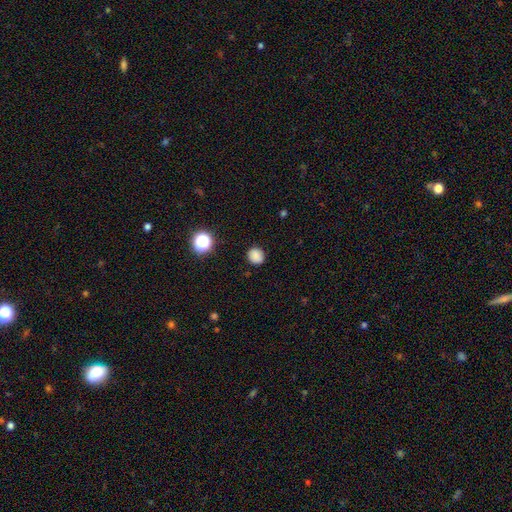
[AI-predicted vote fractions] smooth 83%, star or artifact 13%, featured or disk 4%. Down the decision tree: how rounded — round (85%); merging — none (88%).